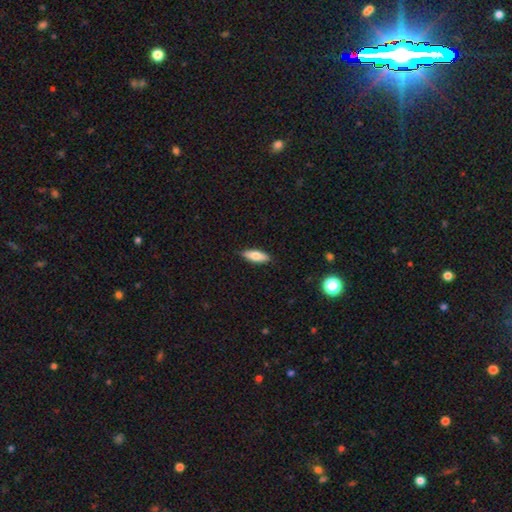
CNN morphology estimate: smooth-or-featured: smooth: 71% | featured or disk: 23% | star or artifact: 6%
  how-rounded: in between: 61% | cigar-shaped: 36% | round: 2%
  merging: none: 89% | minor disturbance: 9% | major disturbance: 2% | merger: 1%